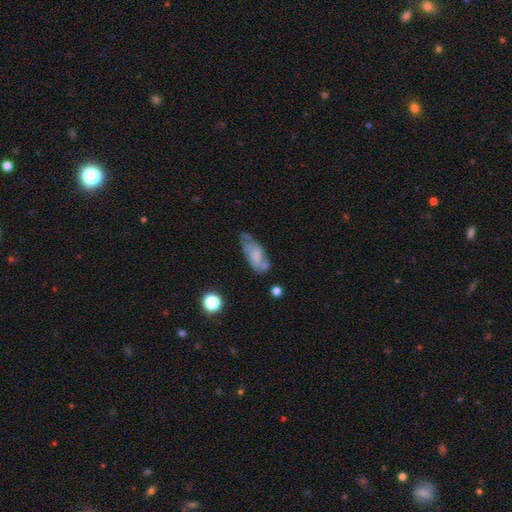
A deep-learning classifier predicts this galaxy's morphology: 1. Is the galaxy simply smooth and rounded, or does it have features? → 50% featured or disk, 40% smooth, 9% star or artifact.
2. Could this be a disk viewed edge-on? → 91% no, 9% yes.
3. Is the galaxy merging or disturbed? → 44% none, 31% minor disturbance, 17% major disturbance, 8% merger.